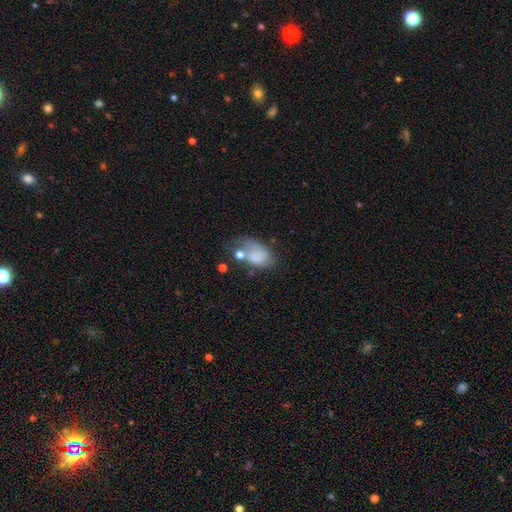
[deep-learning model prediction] Morphology: type=smooth (69%); roundness=in between (86%); merging=none (29%).